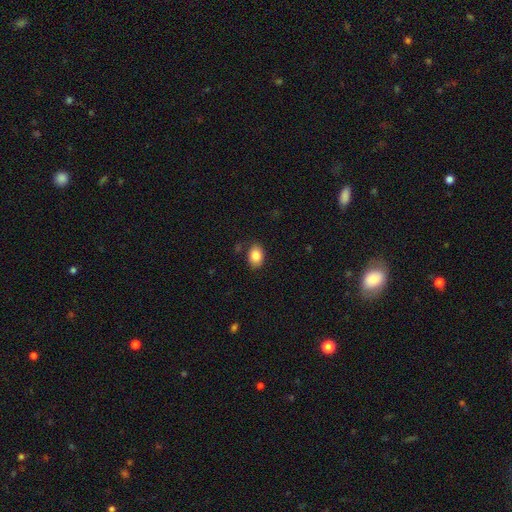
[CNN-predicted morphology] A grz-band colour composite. It shows a smooth galaxy with no disk features (85%) that is in between round and cigar-shaped (77%). Merging: none (83%).